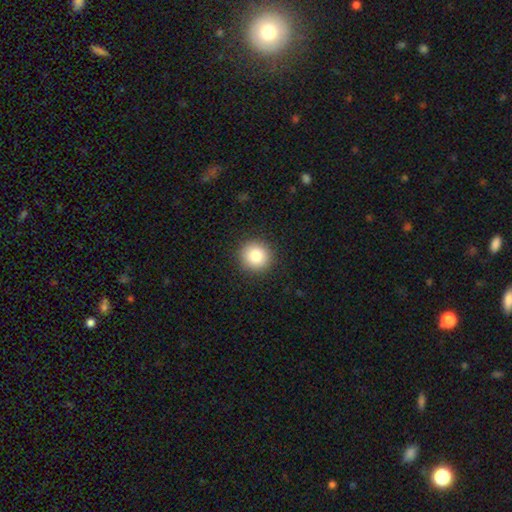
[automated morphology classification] Overall: smooth (83%). How rounded: round (93%). Merging: none (91%).